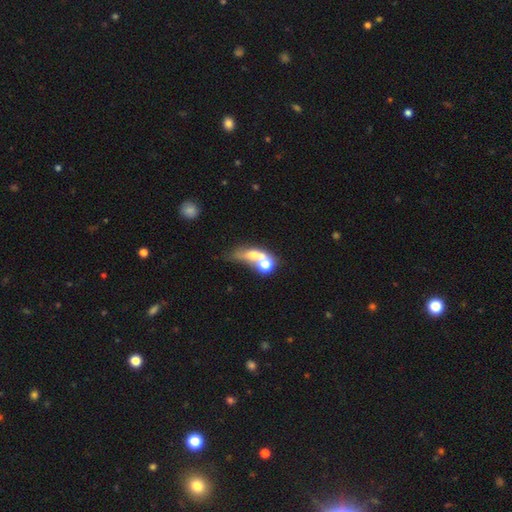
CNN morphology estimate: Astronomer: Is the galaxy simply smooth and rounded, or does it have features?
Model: smooth — 50% (runner-up: featured or disk, 33%).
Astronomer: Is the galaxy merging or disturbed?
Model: merger — 54%.